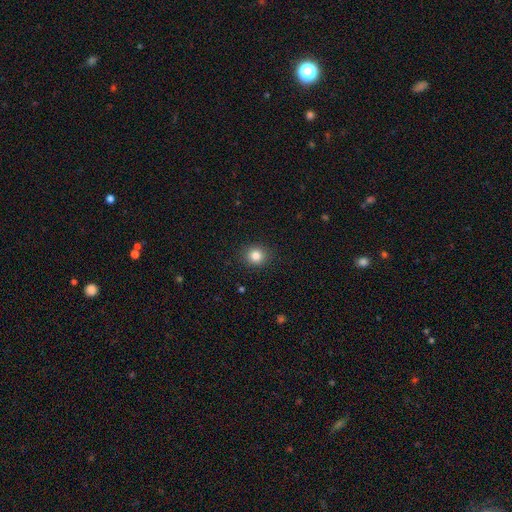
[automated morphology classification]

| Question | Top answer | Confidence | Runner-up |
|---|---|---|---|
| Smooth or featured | smooth | 83% | star or artifact (11%) |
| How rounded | round | 84% | in between (15%) |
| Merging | none | 90% | minor disturbance (7%) |